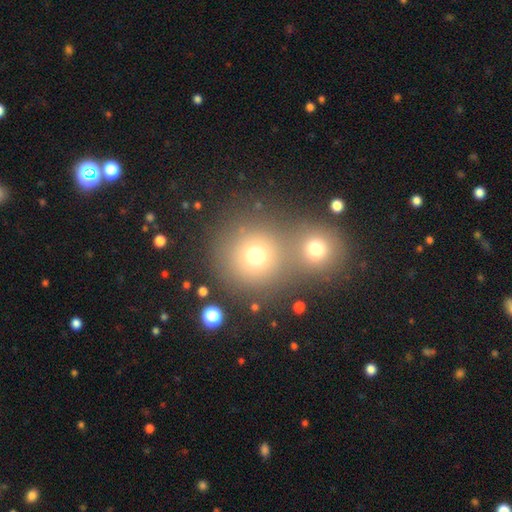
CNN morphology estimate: Overall: smooth (73%). How rounded: round (90%). Merging: none (49%; merger 42%).